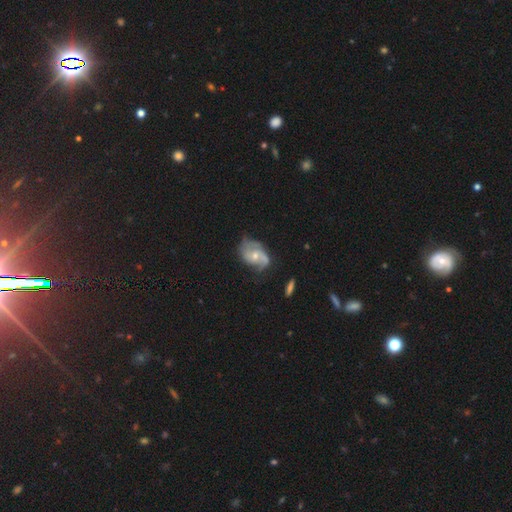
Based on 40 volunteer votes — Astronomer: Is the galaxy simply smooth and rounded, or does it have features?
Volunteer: featured or disk — 60%.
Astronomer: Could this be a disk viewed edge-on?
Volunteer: no — 100%.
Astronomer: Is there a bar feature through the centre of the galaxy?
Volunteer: no — 62%.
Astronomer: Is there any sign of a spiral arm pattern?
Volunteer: yes — 88%.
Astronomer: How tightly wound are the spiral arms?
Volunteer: medium — 43% (runner-up: tight, 29%).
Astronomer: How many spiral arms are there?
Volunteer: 2 — 81%.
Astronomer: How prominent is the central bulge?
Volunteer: small — 67%.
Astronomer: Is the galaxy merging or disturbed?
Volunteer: none — 58%.